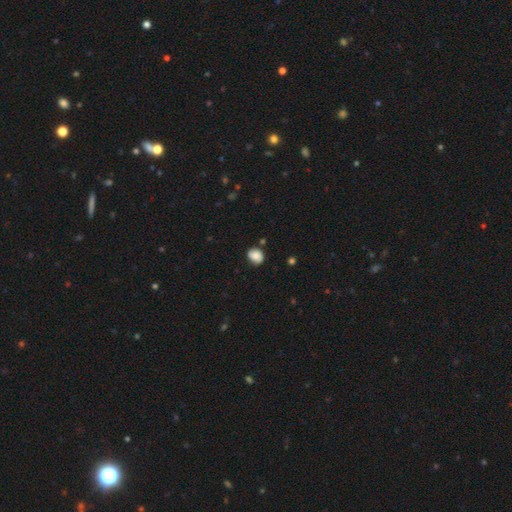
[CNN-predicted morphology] Smooth or featured? Predicted: smooth (p=0.84). How rounded? Predicted: round (p=0.51). Merging? Predicted: none (p=0.76).